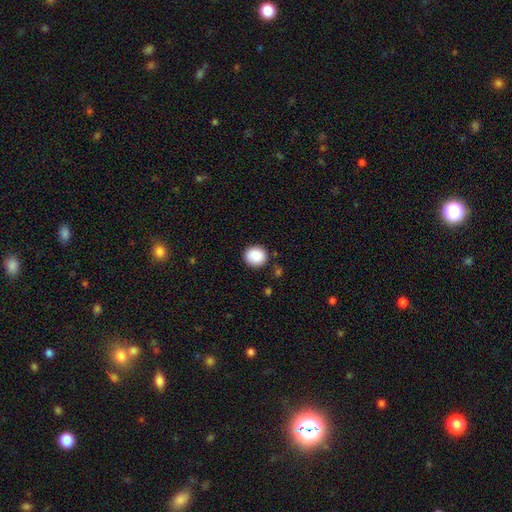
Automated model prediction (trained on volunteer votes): smooth 88%, star or artifact 8%, featured or disk 4%. Down the decision tree: how rounded — round (86%); merging — none (89%).